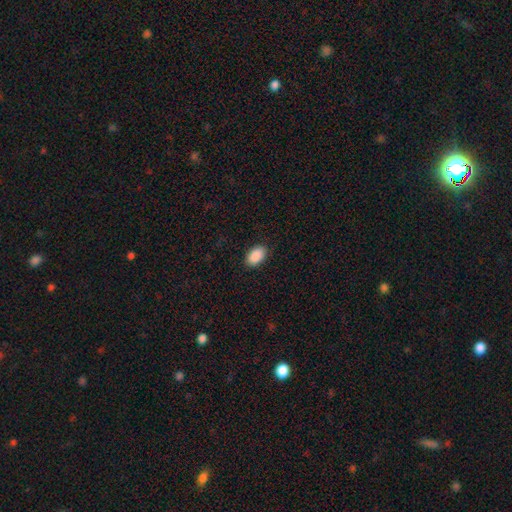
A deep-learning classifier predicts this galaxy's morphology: This appears to be a smooth galaxy with no disk features (91%) that is in between round and cigar-shaped (93%). Merging: none (89%).